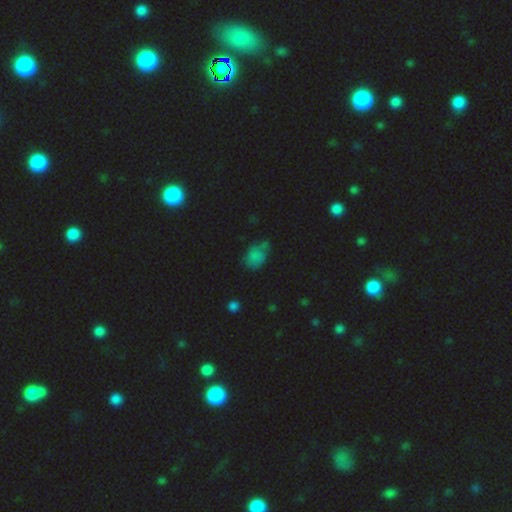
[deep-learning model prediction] Smooth or featured? Predicted: smooth (p=0.67). How rounded? Predicted: in between (p=0.71). Merging? Predicted: none (p=0.48).